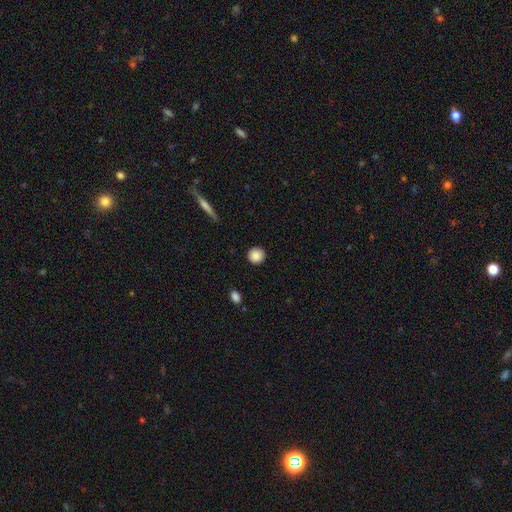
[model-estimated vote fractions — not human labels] The model was most divided on "smooth or featured": smooth: 88%, star or artifact: 9%, featured or disk: 4%. More confident: how rounded — round (92%); merging — none (91%).